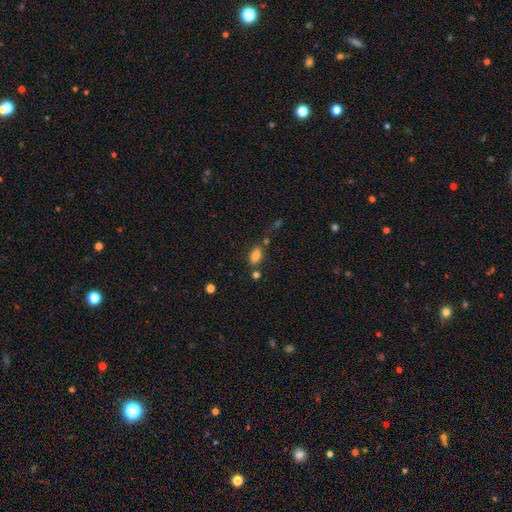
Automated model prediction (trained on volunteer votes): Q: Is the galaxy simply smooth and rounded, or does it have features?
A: smooth — 82%.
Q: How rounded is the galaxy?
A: in between — 88%.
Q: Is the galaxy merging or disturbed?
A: none — 61%.